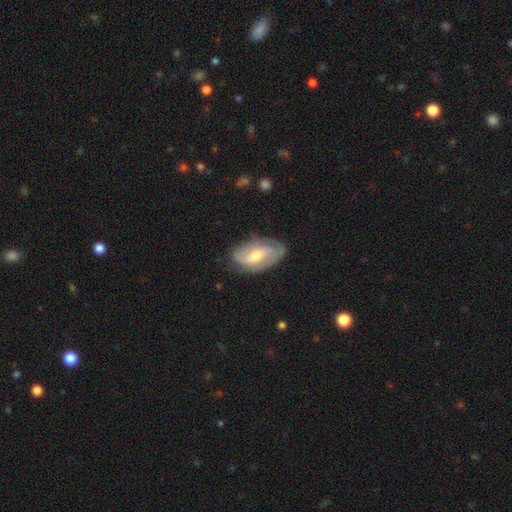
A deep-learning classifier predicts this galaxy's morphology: A featured or disk galaxy (70%) with a weak bar (47%), 2 (65%) medium (41%) spiral arms (88%) and a moderate central bulge (53%). Merging: none (71%).